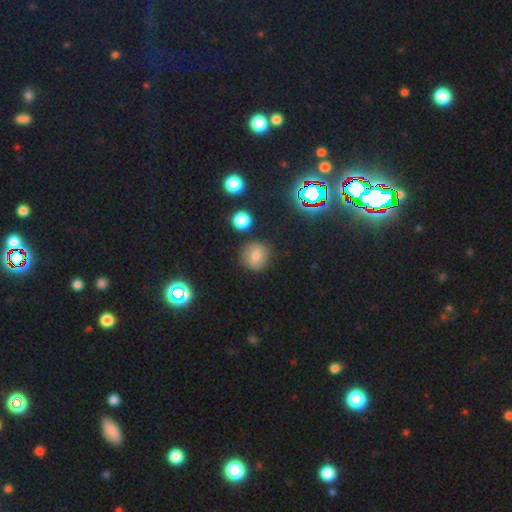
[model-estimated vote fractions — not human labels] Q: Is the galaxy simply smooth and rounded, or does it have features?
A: smooth — 71%.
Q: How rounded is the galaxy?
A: round — 89%.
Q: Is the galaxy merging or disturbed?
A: none — 82%.